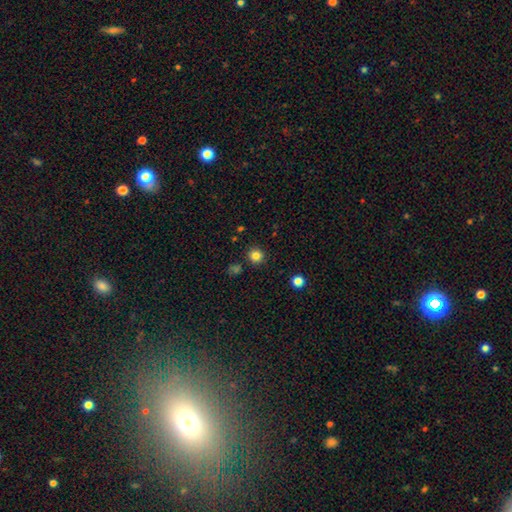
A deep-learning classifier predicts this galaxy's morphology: Q: Smooth or featured?
A: smooth (82%); runner-up: star or artifact (13%)
Q: How rounded?
A: round (93%); runner-up: in between (6%)
Q: Merging?
A: none (89%); runner-up: minor disturbance (6%)